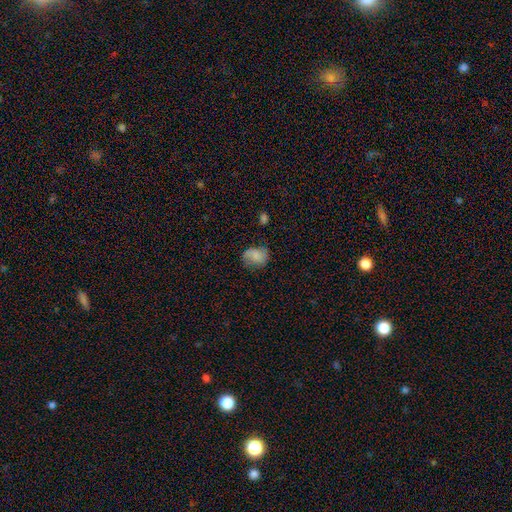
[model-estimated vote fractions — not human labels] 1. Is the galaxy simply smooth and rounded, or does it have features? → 73% smooth, 18% featured or disk, 9% star or artifact.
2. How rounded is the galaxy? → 51% in between, 48% round, 1% cigar-shaped.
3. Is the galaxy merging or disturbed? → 59% none, 29% minor disturbance, 10% major disturbance, 2% merger.